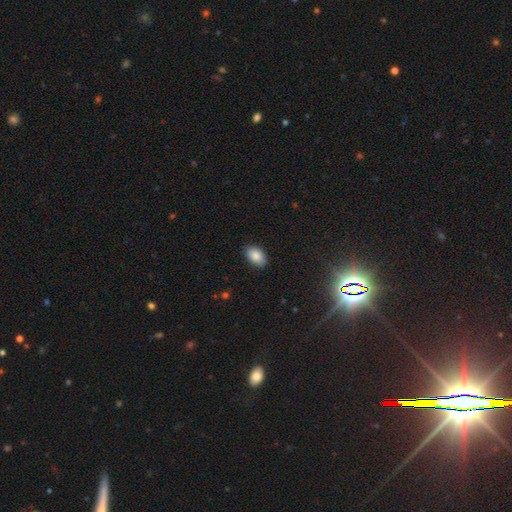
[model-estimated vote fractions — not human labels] Smooth or featured? smooth (86%)
How rounded? in between (92%)
Merging? none (88%)